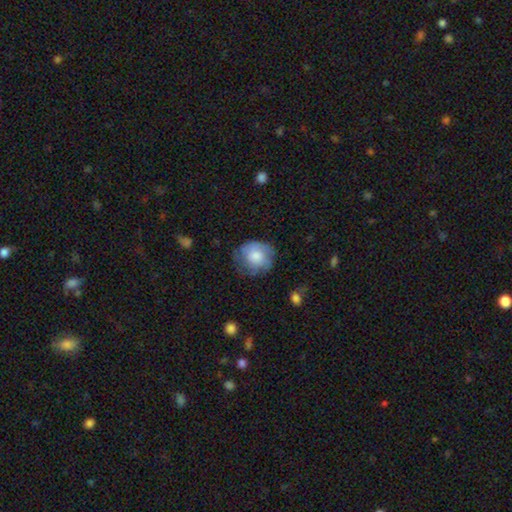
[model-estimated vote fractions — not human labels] A smooth galaxy with no disk features (66%) that is round (77%).

Vote fractions:
- Smooth or featured? smooth: 66% / featured or disk: 28% / star or artifact: 7%
- How rounded? round: 77% / in between: 22% / cigar-shaped: 1%
- Merging? none: 56% / minor disturbance: 29% / major disturbance: 13% / merger: 2%